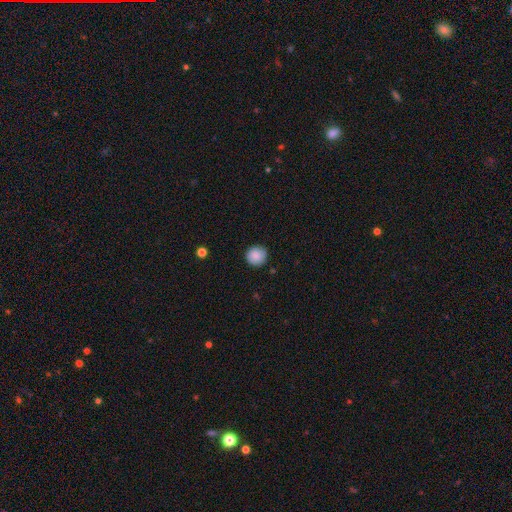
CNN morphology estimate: Overall: smooth (88%). How rounded: round (94%). Merging: none (89%).